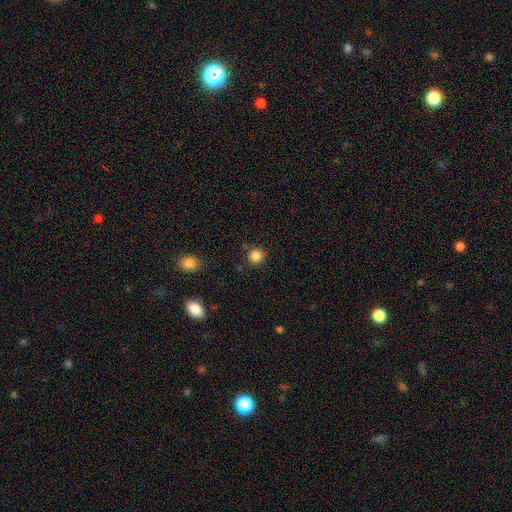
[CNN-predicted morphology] smooth 86%, star or artifact 11%, featured or disk 3%. Down the decision tree: how rounded — round (93%); merging — none (86%).